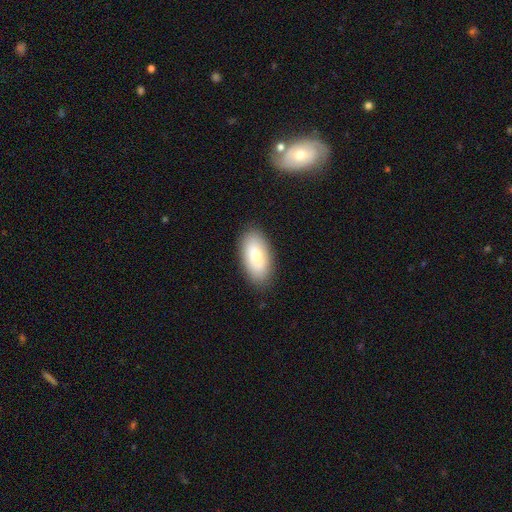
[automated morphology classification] smooth-or-featured: smooth: 76% | featured or disk: 18% | star or artifact: 7%
  how-rounded: in between: 93% | cigar-shaped: 4% | round: 3%
  merging: none: 87% | minor disturbance: 9% | major disturbance: 2% | merger: 1%